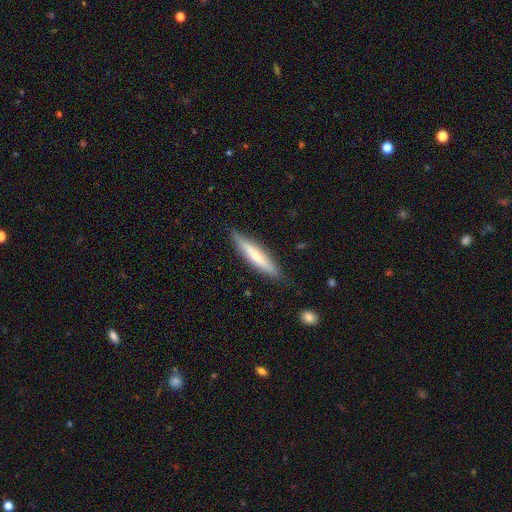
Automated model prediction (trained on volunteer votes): Smooth or featured? smooth (61%)
How rounded? cigar-shaped (88%)
Merging? none (86%)